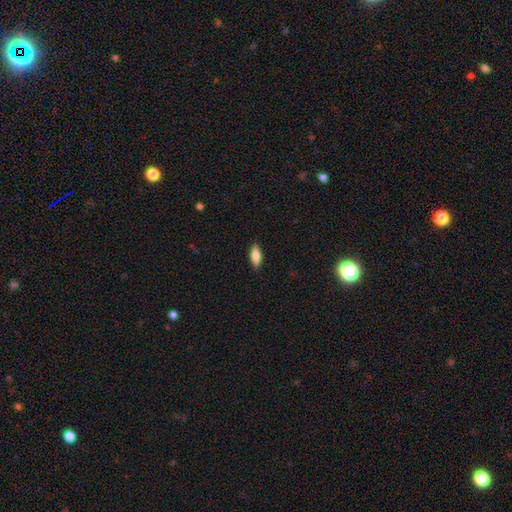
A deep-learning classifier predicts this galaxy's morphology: Smooth or featured? Predicted: smooth (p=0.75). How rounded? Predicted: in between (p=0.74). Merging? Predicted: none (p=0.88).